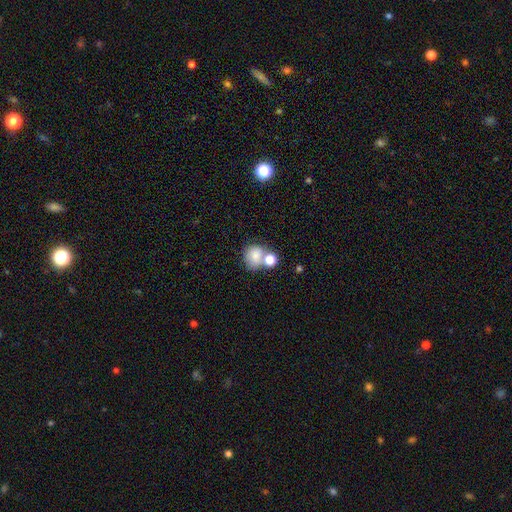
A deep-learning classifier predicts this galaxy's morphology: A smooth galaxy with no disk features (76%) that is round (71%).

Vote fractions:
- Smooth or featured? smooth: 76% / featured or disk: 13% / star or artifact: 11%
- How rounded? round: 71% / in between: 28% / cigar-shaped: 1%
- Merging? none: 41% / merger: 40% / minor disturbance: 13% / major disturbance: 6%